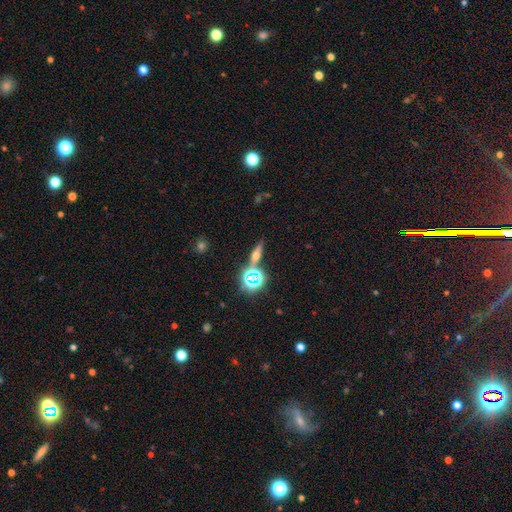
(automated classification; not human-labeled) Q: Smooth or featured?
A: featured or disk (39%); runner-up: smooth (36%)
Q: Merging?
A: none (78%); runner-up: merger (10%)